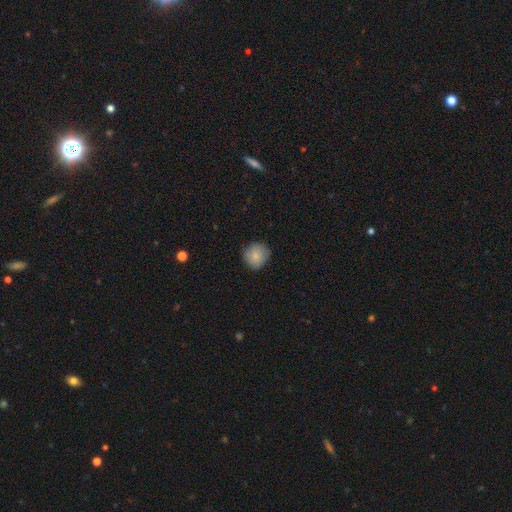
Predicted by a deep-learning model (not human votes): Smooth or featured?
  - smooth: 82% *
  - featured or disk: 10%
  - star or artifact: 8%
How rounded?
  - round: 89% *
  - in between: 10%
  - cigar-shaped: 1%
Merging?
  - none: 80% *
  - minor disturbance: 16%
  - major disturbance: 3%
  - merger: 1%